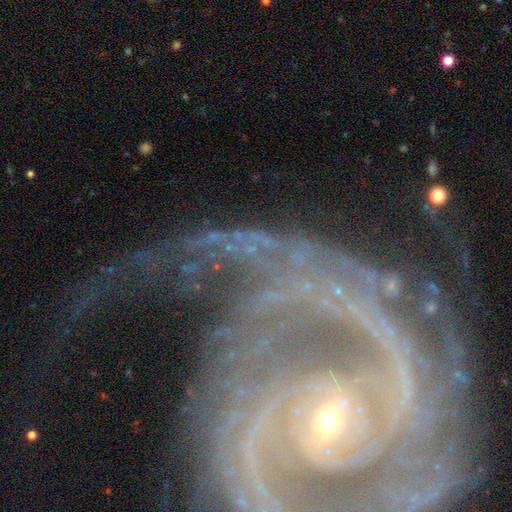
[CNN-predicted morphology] Overall: featured or disk (79%). Edge-on disk: no (94%). Bar: no (35%, tied with strong). Spiral arms: yes (92%). Spiral arm count: 2 (34%; can't tell 20%). Spiral winding: tight (47%; medium 34%). Bulge size: small (70%). Merging: none (58%; major disturbance 22%).